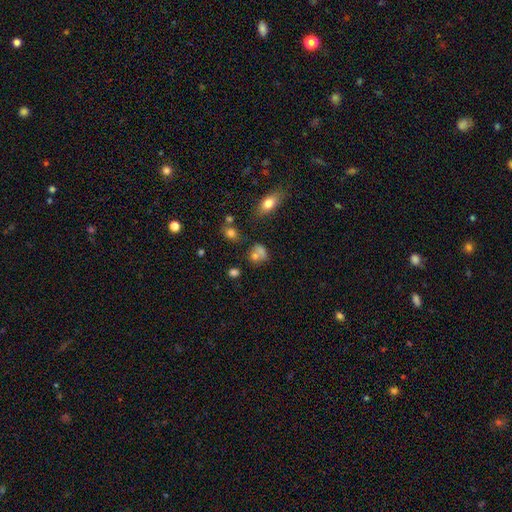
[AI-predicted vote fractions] smooth-or-featured: smooth: 71% | featured or disk: 15% | star or artifact: 14%
  how-rounded: round: 60% | in between: 39% | cigar-shaped: 2%
  merging: none: 40% | merger: 36% | minor disturbance: 15% | major disturbance: 9%